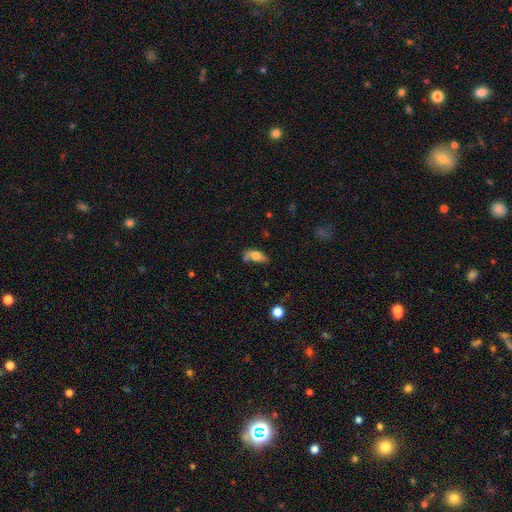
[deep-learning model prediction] A smooth galaxy with no disk features (68%) that is in between round and cigar-shaped (80%).

Vote fractions:
- Smooth or featured? smooth: 68% / featured or disk: 23% / star or artifact: 8%
- How rounded? in between: 80% / cigar-shaped: 15% / round: 5%
- Merging? none: 45% / minor disturbance: 24% / merger: 18% / major disturbance: 13%